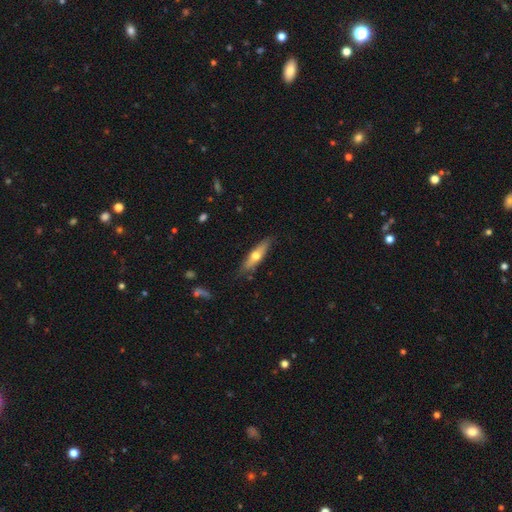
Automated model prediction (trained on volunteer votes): Q: Smooth or featured?
A: smooth (51%); runner-up: featured or disk (44%)
Q: How rounded?
A: cigar-shaped (70%); runner-up: in between (28%)
Q: Merging?
A: none (82%); runner-up: minor disturbance (14%)